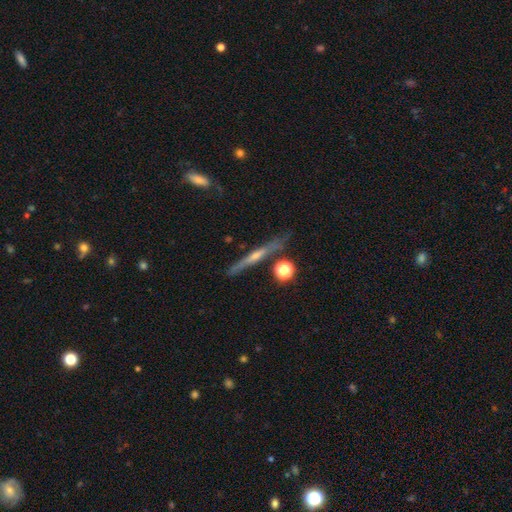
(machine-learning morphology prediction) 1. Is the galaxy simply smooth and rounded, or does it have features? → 70% featured or disk, 22% smooth, 8% star or artifact.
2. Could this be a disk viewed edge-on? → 96% yes, 4% no.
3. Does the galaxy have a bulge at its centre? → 63% rounded, 30% none, 6% boxy.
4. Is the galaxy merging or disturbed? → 82% none, 11% minor disturbance, 4% merger, 3% major disturbance.